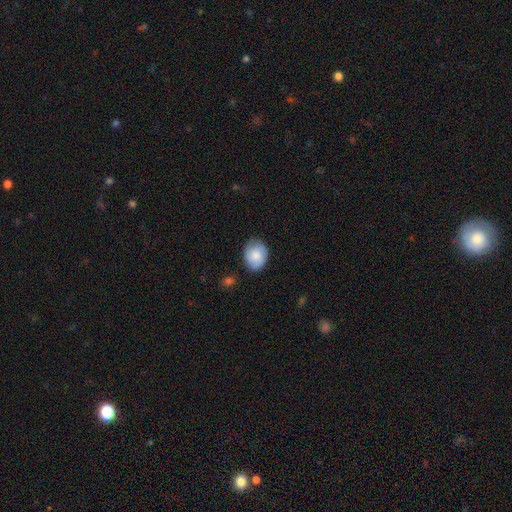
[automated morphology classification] Q: Smooth or featured?
A: smooth (81%); runner-up: featured or disk (13%)
Q: How rounded?
A: in between (55%); runner-up: round (44%)
Q: Merging?
A: none (74%); runner-up: minor disturbance (20%)